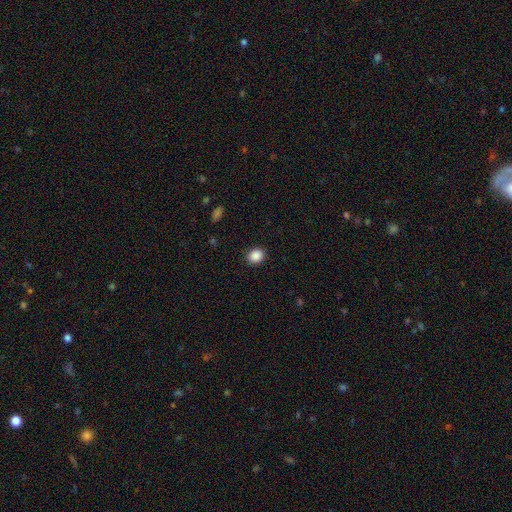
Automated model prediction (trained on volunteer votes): Smooth or featured?
  - smooth: 88% *
  - star or artifact: 9%
  - featured or disk: 3%
How rounded?
  - round: 73% *
  - in between: 27%
  - cigar-shaped: 1%
Merging?
  - none: 91% *
  - minor disturbance: 6%
  - major disturbance: 2%
  - merger: 1%